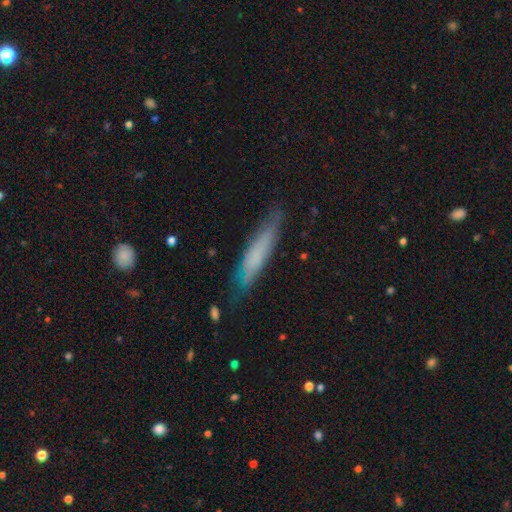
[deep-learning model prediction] A smooth galaxy with no disk features (62%) that is cigar-shaped (87%).

Vote fractions:
- Smooth or featured? smooth: 62% / featured or disk: 31% / star or artifact: 8%
- How rounded? cigar-shaped: 87% / in between: 11% / round: 1%
- Merging? none: 75% / minor disturbance: 19% / major disturbance: 4% / merger: 2%